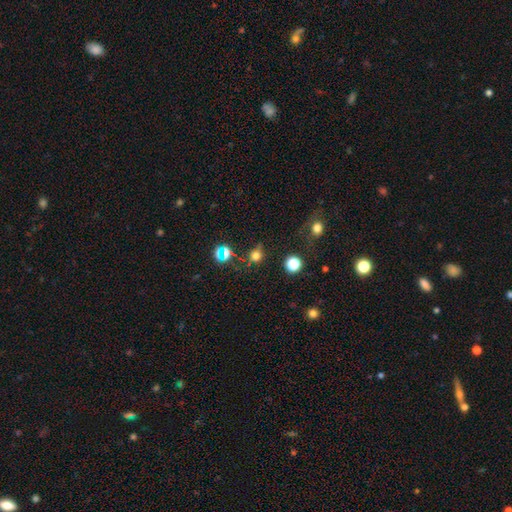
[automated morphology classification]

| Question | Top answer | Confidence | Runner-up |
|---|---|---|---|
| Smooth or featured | smooth | 62% | star or artifact (30%) |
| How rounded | round | 83% | in between (15%) |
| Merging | none | 70% | minor disturbance (16%) |